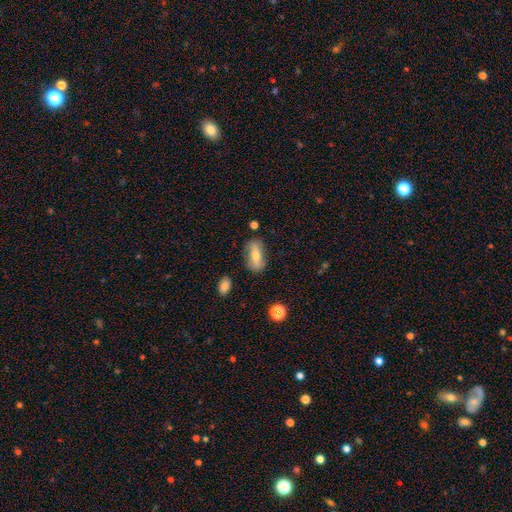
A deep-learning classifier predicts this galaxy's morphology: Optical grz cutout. It shows a smooth galaxy with no disk features (56%) that is in between round and cigar-shaped (77%). Merging: none (76%).